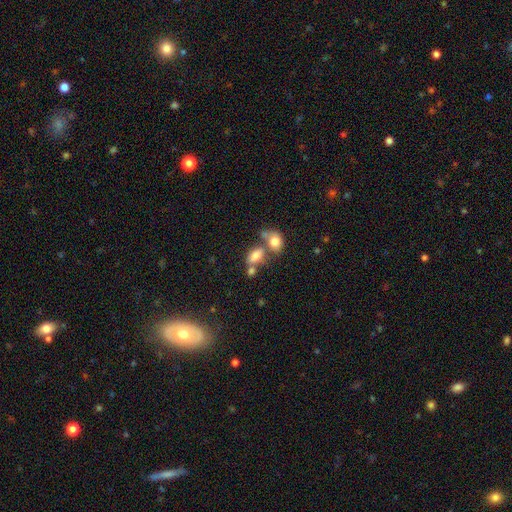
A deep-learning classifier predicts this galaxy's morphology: The model was most divided on "merging": merger: 46%, none: 36%, minor disturbance: 12%, major disturbance: 6%. More confident: how rounded — in between (85%); smooth or featured — smooth (77%).